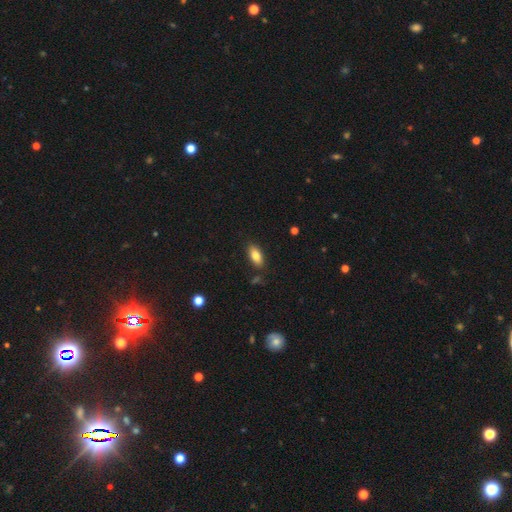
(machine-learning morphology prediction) Overall: smooth (82%). How rounded: in between (87%). Merging: none (84%).